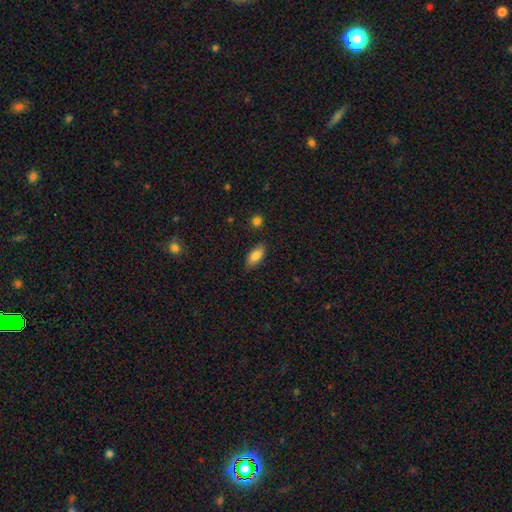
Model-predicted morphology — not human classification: This appears to be a smooth galaxy with no disk features (83%) that is in between round and cigar-shaped (87%). Merging: none (80%).